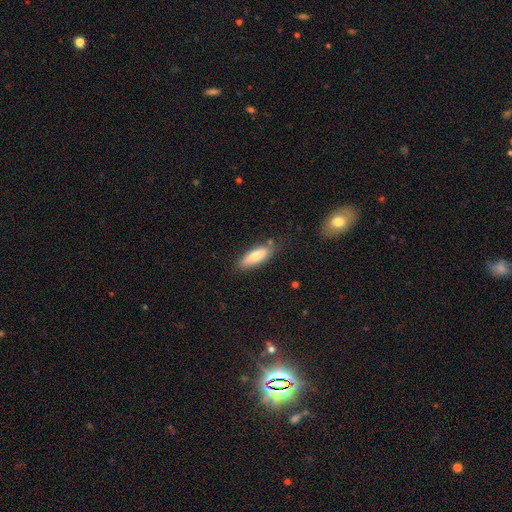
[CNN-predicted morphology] type=smooth (74%); roundness=in between (52%); merging=none (77%).